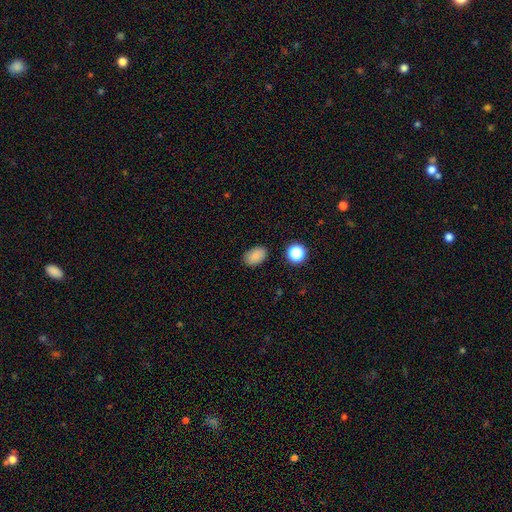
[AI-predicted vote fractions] smooth_or_featured: smooth (p=0.86) [alt: star or artifact p=0.10]
how_rounded: in between (p=0.86) [alt: round p=0.13]
merging: none (p=0.86) [alt: minor disturbance p=0.10]